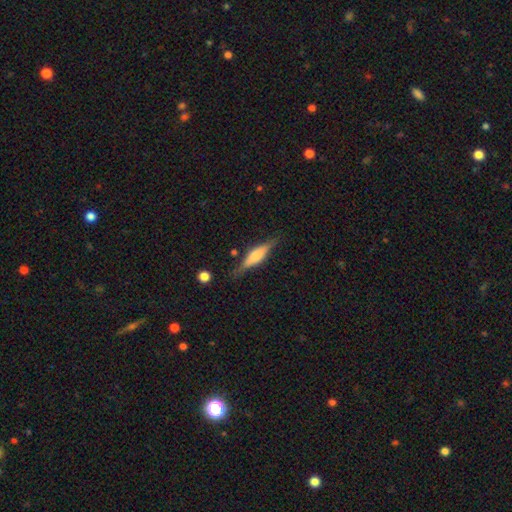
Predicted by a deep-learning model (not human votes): Q: Smooth or featured?
A: featured or disk (49%); runner-up: smooth (44%)
Q: Merging?
A: none (78%); runner-up: minor disturbance (15%)